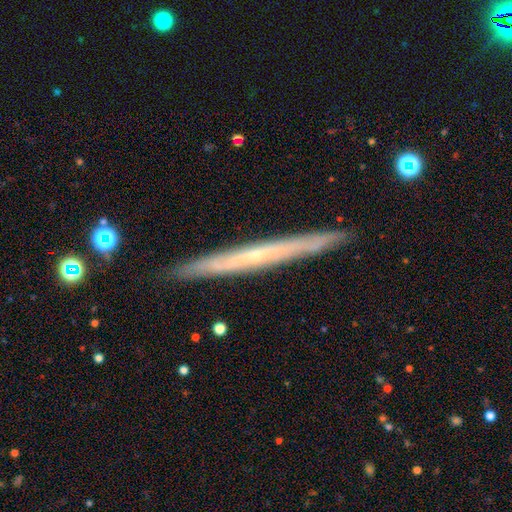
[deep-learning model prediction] This is likely a featured or disk galaxy (70%). It is clearly viewed edge-on (95%). Edge-on bulge: likely none (67%). Merging: clearly none (90%).